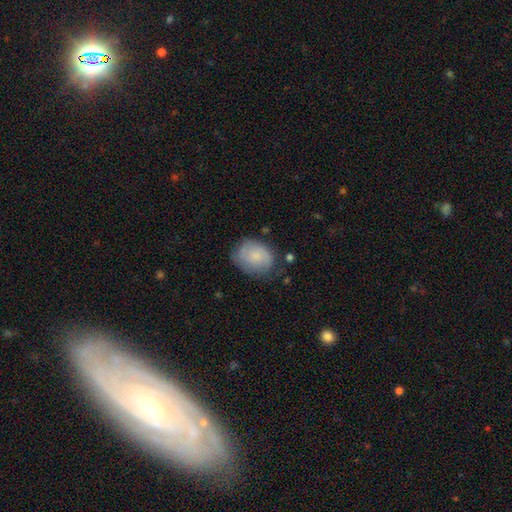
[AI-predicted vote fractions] smooth_or_featured: smooth (p=0.65) [alt: featured or disk p=0.28]
how_rounded: in between (p=0.57) [alt: round p=0.42]
merging: none (p=0.67) [alt: minor disturbance p=0.24]